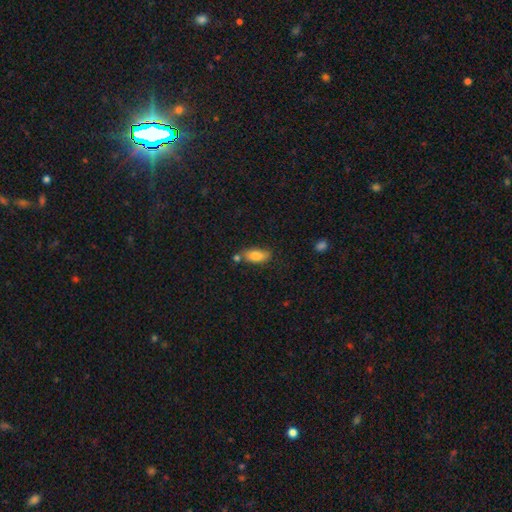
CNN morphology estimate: Smooth or featured? Predicted: smooth (p=0.81). How rounded? Predicted: in between (p=0.85). Merging? Predicted: none (p=0.59).